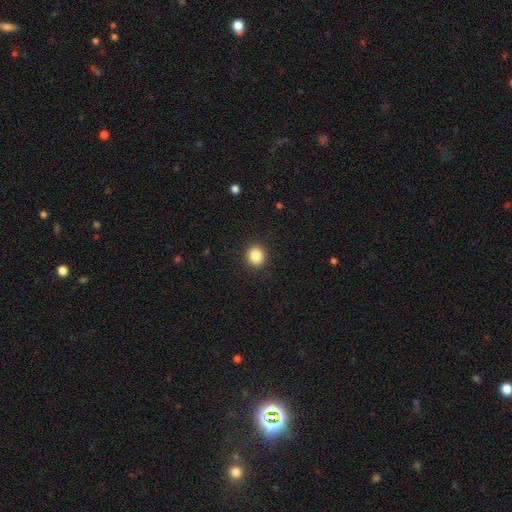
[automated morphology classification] Overall: smooth (86%). How rounded: round (80%). Merging: none (91%).